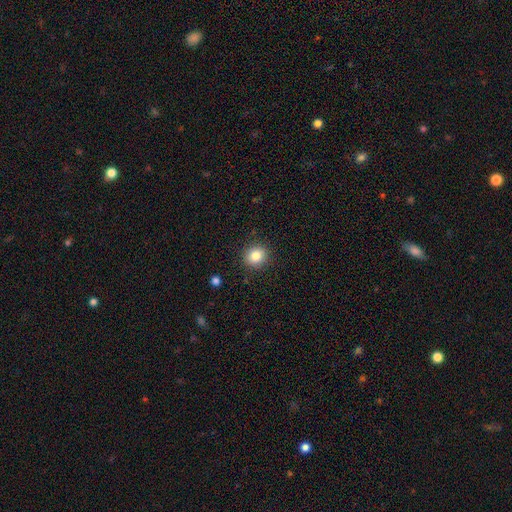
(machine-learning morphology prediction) The model was most divided on "smooth or featured": smooth: 83%, star or artifact: 11%, featured or disk: 7%. More confident: merging — none (90%); how rounded — round (85%).